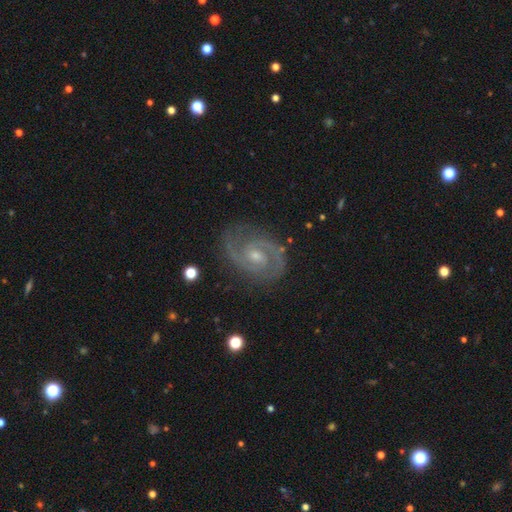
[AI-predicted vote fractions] Smooth or featured? Predicted: featured or disk (p=0.91). Edge-on disk? Predicted: no (p=0.98). Bar? Predicted: no (p=0.49). Spiral arms? Predicted: yes (p=0.98). Spiral winding? Predicted: medium (p=0.53). Spiral arm count? Predicted: 2 (p=0.90). Bulge size? Predicted: small (p=0.53). Merging? Predicted: none (p=0.82).